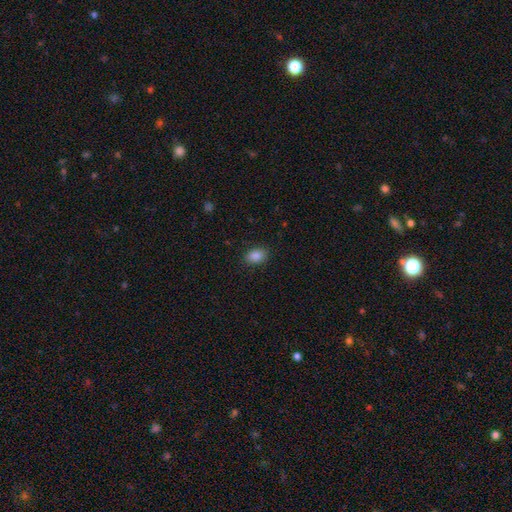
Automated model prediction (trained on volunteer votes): Smooth or featured: smooth — 87% (star or artifact — 9%)
How rounded: in between — 80% (round — 19%)
Merging: none — 87% (minor disturbance — 10%)